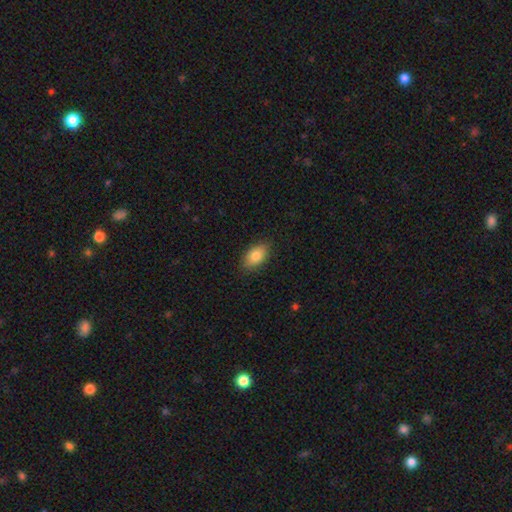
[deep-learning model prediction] smooth_or_featured: smooth (p=0.84) [alt: featured or disk p=0.09]
how_rounded: in between (p=0.91) [alt: round p=0.07]
merging: none (p=0.86) [alt: minor disturbance p=0.11]